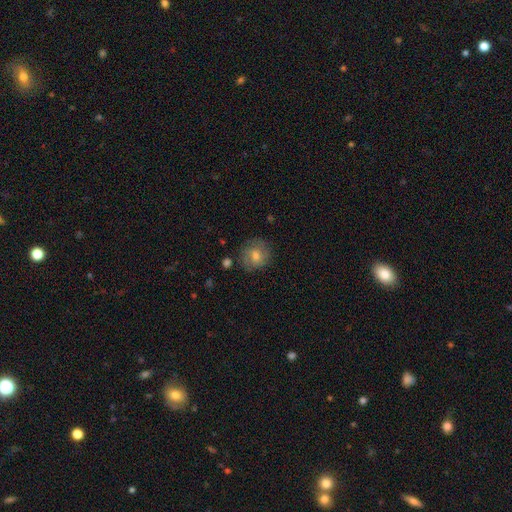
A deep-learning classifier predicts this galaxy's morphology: A smooth galaxy with no disk features (51%) that is round (84%). Merging: none (79%).